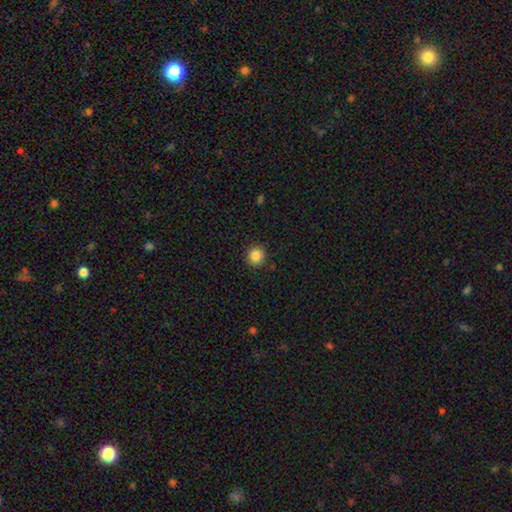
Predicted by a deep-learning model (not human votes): smooth-or-featured: smooth: 86% | star or artifact: 10% | featured or disk: 4%
  how-rounded: round: 93% | in between: 6% | cigar-shaped: 1%
  merging: none: 89% | minor disturbance: 7% | major disturbance: 2% | merger: 1%